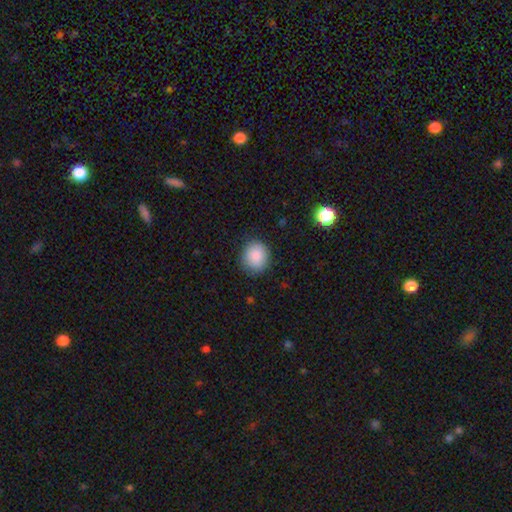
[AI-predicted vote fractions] Q: Smooth or featured?
A: smooth (88%); runner-up: star or artifact (8%)
Q: How rounded?
A: round (76%); runner-up: in between (23%)
Q: Merging?
A: none (85%); runner-up: minor disturbance (11%)